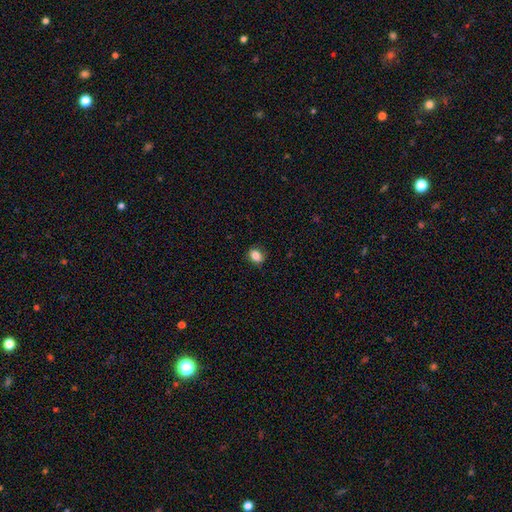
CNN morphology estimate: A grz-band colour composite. It shows a smooth galaxy with no disk features (84%) that is in between round and cigar-shaped (62%). Merging: none (85%).